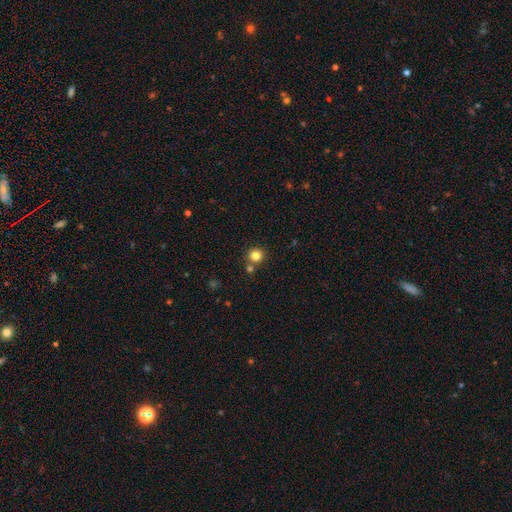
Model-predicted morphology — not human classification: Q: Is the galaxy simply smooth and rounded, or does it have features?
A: smooth — 82%.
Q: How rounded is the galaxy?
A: round — 93%.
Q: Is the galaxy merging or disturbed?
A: none — 78%.